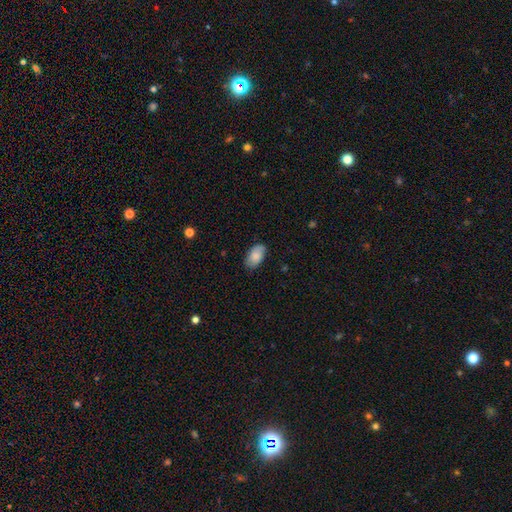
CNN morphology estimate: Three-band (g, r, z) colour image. It shows a smooth galaxy with no disk features (81%) that is in between round and cigar-shaped (94%). Merging: none (81%).